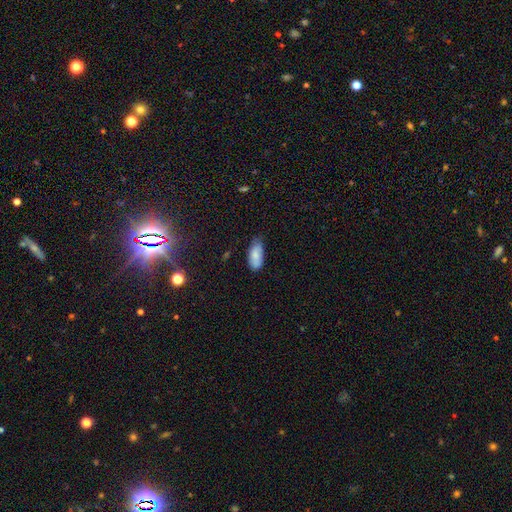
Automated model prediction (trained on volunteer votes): Smooth or featured?
  - smooth: 80% *
  - featured or disk: 13%
  - star or artifact: 7%
How rounded?
  - in between: 90% *
  - cigar-shaped: 8%
  - round: 2%
Merging?
  - none: 60% *
  - minor disturbance: 33%
  - major disturbance: 5%
  - merger: 2%